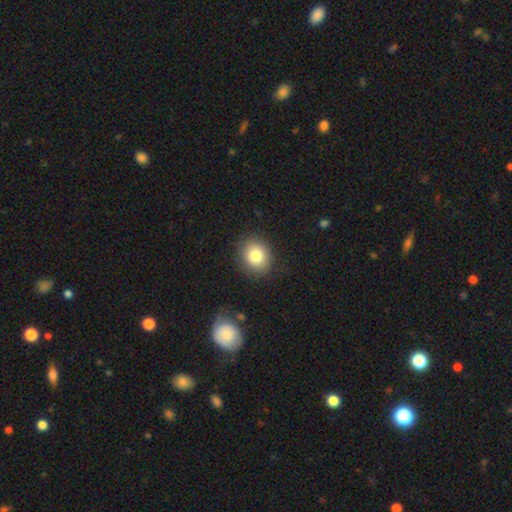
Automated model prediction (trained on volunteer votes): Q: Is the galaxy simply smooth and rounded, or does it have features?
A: smooth — 81%.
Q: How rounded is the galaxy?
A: round — 71%.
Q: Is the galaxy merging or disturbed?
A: none — 88%.